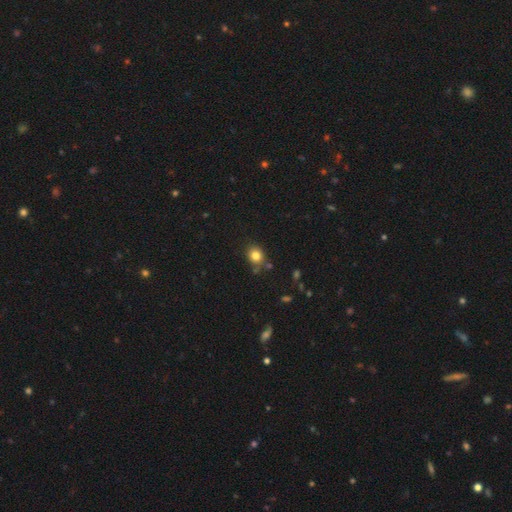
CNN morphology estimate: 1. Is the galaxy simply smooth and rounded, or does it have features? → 81% smooth, 12% star or artifact, 7% featured or disk.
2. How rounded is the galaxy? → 70% round, 29% in between, 1% cigar-shaped.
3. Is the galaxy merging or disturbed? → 76% none, 14% minor disturbance, 7% merger, 3% major disturbance.